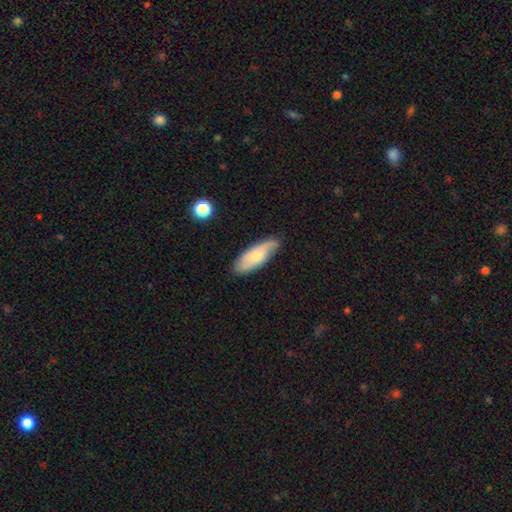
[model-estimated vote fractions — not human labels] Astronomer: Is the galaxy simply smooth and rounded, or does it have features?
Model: smooth — 62%.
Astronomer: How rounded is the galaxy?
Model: in between — 70%.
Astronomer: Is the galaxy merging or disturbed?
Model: none — 75%.